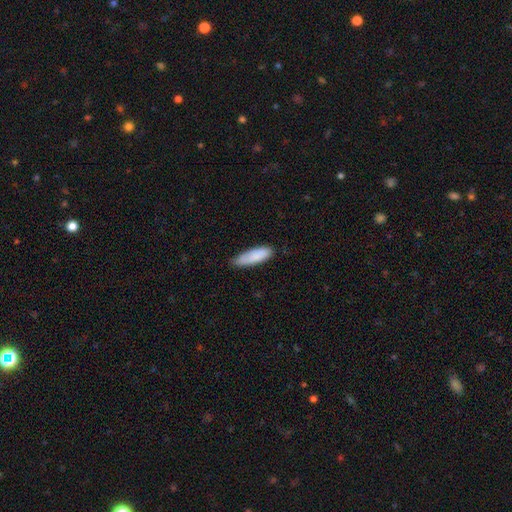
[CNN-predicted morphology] Overall: smooth (86%). How rounded: in between (53%; cigar-shaped 46%). Merging: none (70%).